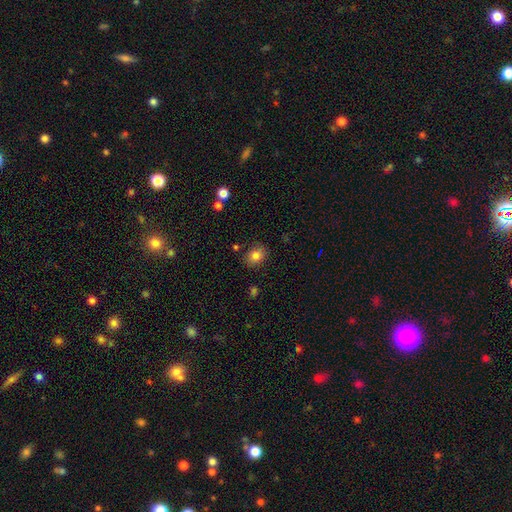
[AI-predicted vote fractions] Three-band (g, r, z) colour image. It shows a smooth galaxy with no disk features (82%) that is in between round and cigar-shaped (55%). Merging: none (83%).